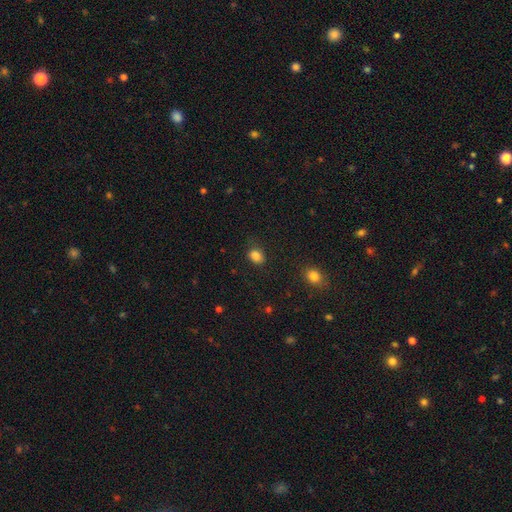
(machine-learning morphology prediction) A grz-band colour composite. It shows a smooth galaxy with no disk features (84%) that is in between round and cigar-shaped (56%). Merging: none (75%).